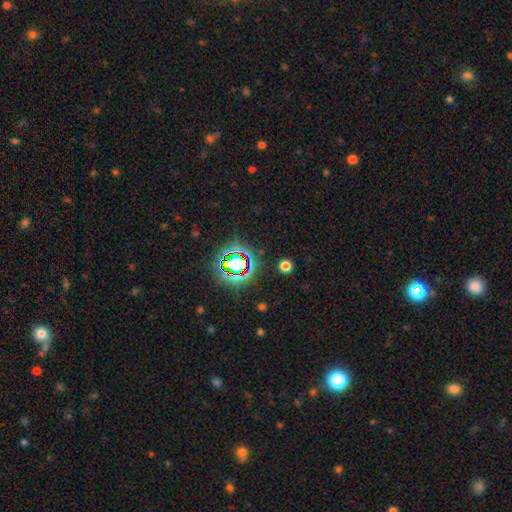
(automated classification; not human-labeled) Q: Smooth or featured?
A: star or artifact (77%); runner-up: smooth (15%)